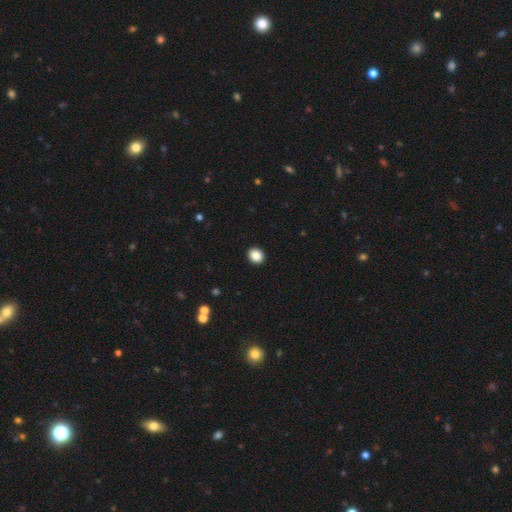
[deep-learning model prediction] Q: Smooth or featured?
A: smooth (87%); runner-up: star or artifact (9%)
Q: How rounded?
A: round (71%); runner-up: in between (28%)
Q: Merging?
A: none (93%); runner-up: minor disturbance (4%)